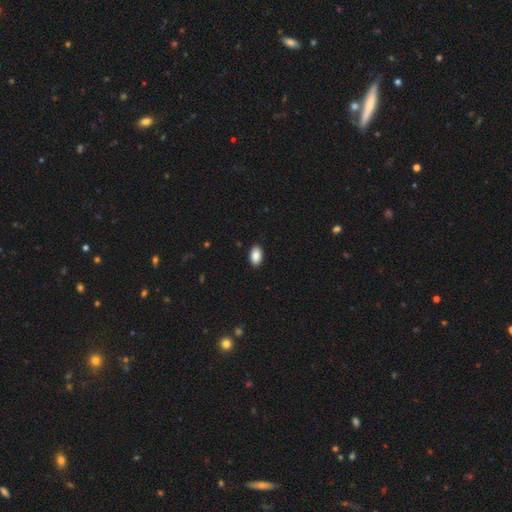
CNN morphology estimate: Overall: smooth (88%). How rounded: in between (92%). Merging: none (90%).